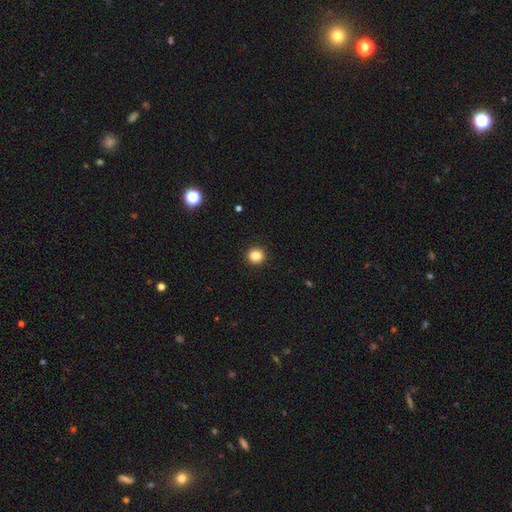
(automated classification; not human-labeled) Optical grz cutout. It shows a smooth galaxy with no disk features (84%) that is round (89%). Merging: none (93%).